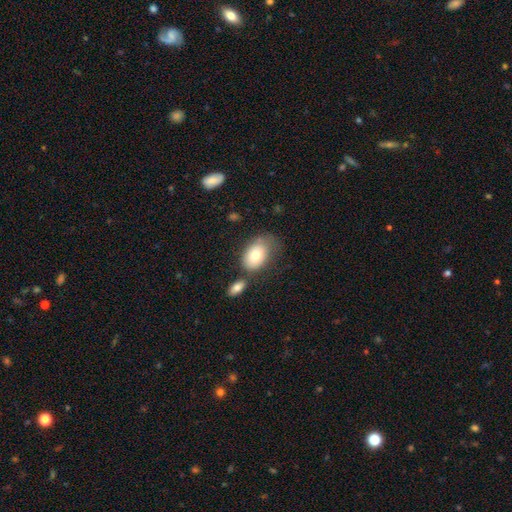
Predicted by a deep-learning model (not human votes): This is likely a smooth galaxy (77%). How rounded: clearly in between (86%). Merging: possibly none (50%).